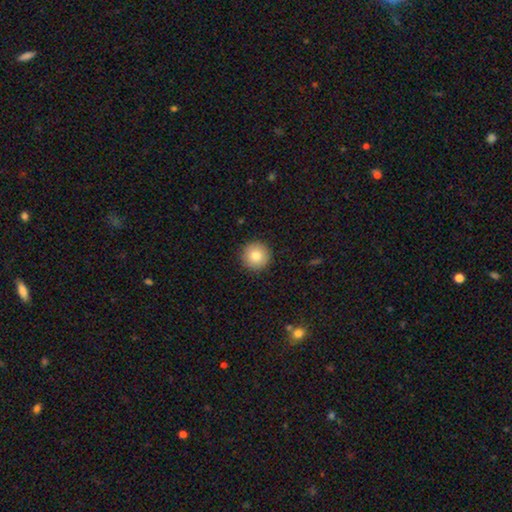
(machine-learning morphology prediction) smooth 81%, featured or disk 10%, star or artifact 9%. Down the decision tree: how rounded — round (96%); merging — none (93%).